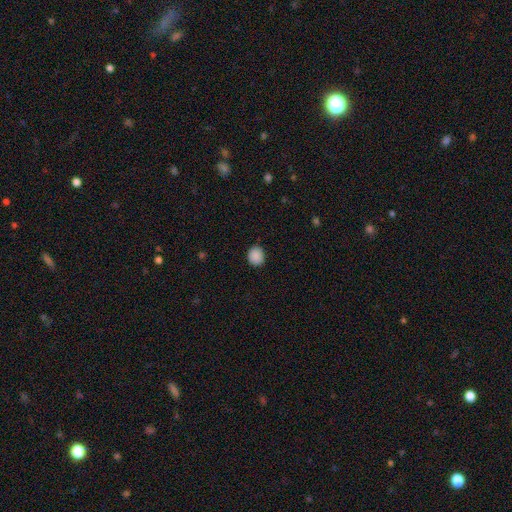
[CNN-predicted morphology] smooth_or_featured: smooth (p=0.89) [alt: star or artifact p=0.09]
how_rounded: round (p=0.74) [alt: in between p=0.25]
merging: none (p=0.88) [alt: minor disturbance p=0.09]